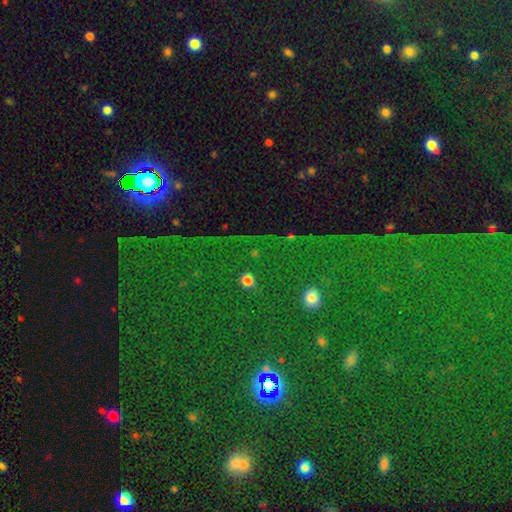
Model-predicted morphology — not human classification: Smooth or featured?
  - star or artifact: 81% *
  - smooth: 11%
  - featured or disk: 8%